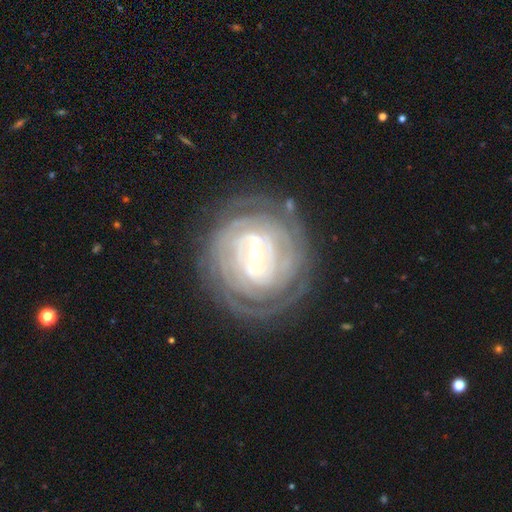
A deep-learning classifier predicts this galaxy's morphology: This is clearly a featured or disk galaxy (87%). It is clearly not viewed edge-on (95%). Bar: likely strong (63%). Spiral arm pattern: clearly yes (93%). Spiral arm count: marginally can't tell (40%). Spiral winding: clearly tight (84%). Central bulge: possibly small (57%). Merging: clearly none (81%).